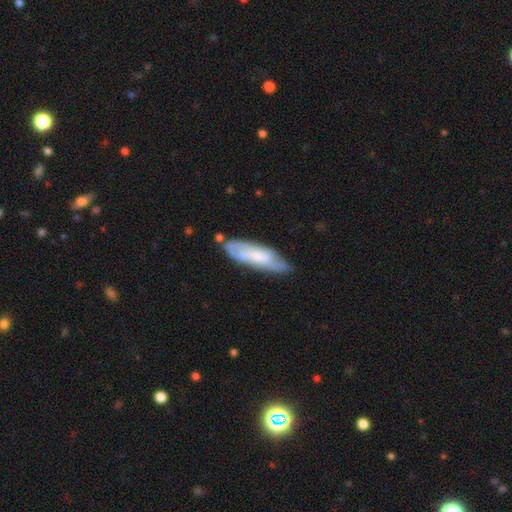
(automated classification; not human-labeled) smooth_or_featured: featured or disk (p=0.49) [alt: smooth p=0.44]
merging: none (p=0.64) [alt: minor disturbance p=0.25]